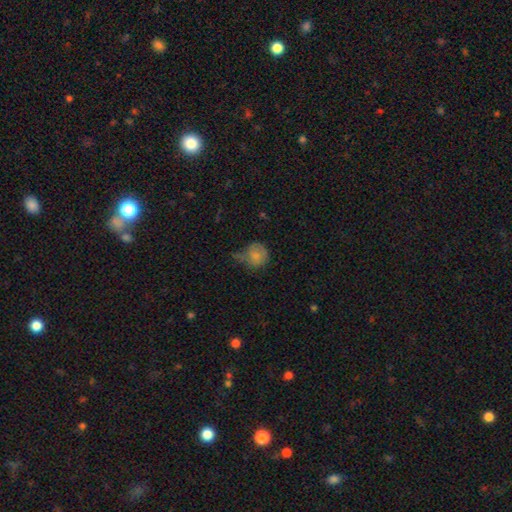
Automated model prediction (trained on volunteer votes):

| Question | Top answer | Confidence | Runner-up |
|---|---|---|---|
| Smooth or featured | smooth | 75% | featured or disk (15%) |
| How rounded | round | 83% | in between (16%) |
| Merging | none | 41% | minor disturbance (34%) |